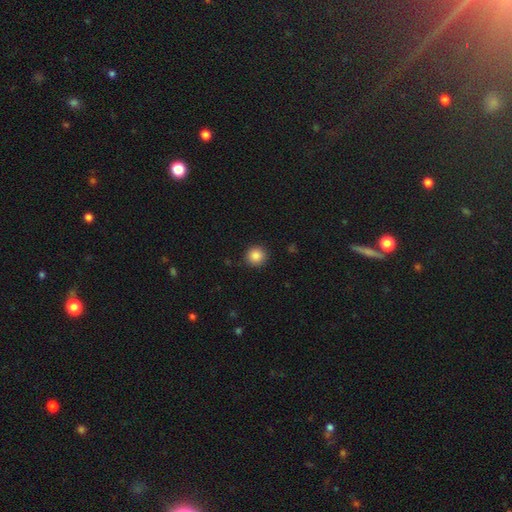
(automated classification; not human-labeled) The model was most divided on "smooth or featured": smooth: 87%, star or artifact: 10%, featured or disk: 3%. More confident: how rounded — round (93%); merging — none (91%).